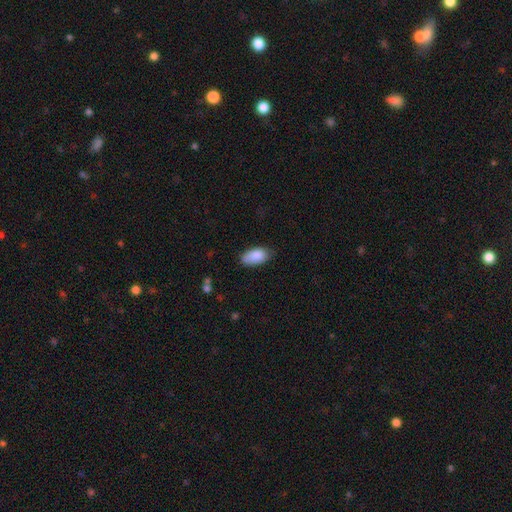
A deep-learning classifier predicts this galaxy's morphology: Smooth or featured?
  - smooth: 87% *
  - star or artifact: 7%
  - featured or disk: 6%
How rounded?
  - in between: 94% *
  - cigar-shaped: 3%
  - round: 3%
Merging?
  - none: 69% *
  - minor disturbance: 25%
  - major disturbance: 4%
  - merger: 2%